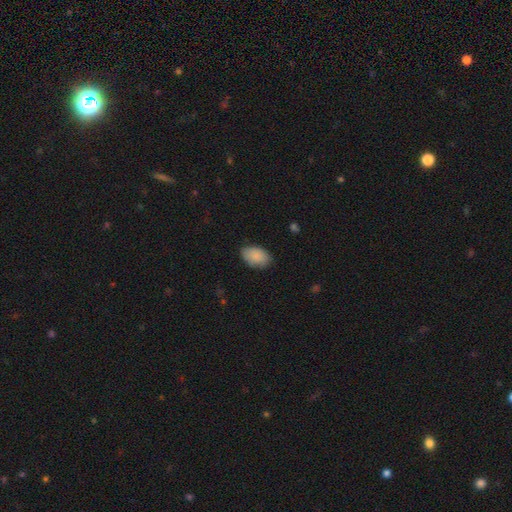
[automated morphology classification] Smooth or featured? Predicted: smooth (p=0.89). How rounded? Predicted: in between (p=0.91). Merging? Predicted: none (p=0.82).